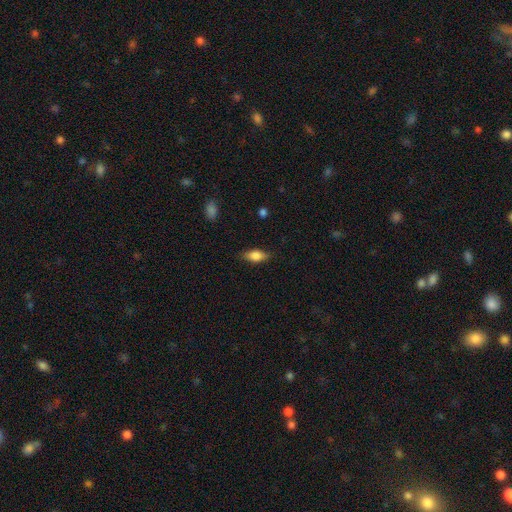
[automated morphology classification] type=smooth (74%); roundness=in between (82%); merging=none (80%).